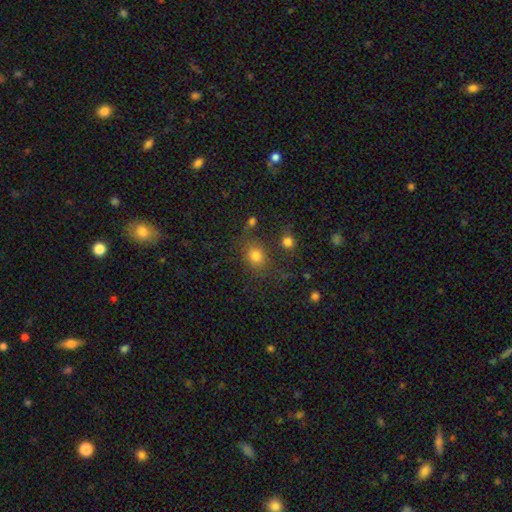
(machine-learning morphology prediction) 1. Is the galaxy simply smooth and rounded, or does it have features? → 78% smooth, 15% star or artifact, 8% featured or disk.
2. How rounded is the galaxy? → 66% round, 32% in between, 1% cigar-shaped.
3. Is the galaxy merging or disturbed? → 71% none, 14% minor disturbance, 9% merger, 6% major disturbance.